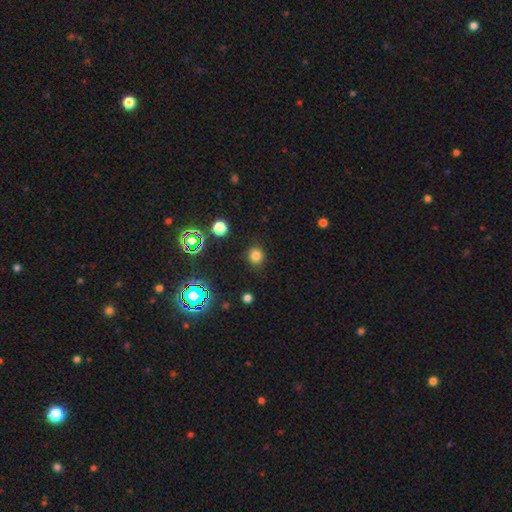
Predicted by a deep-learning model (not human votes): smooth 76%, star or artifact 19%, featured or disk 5%. Down the decision tree: how rounded — round (84%); merging — none (87%).